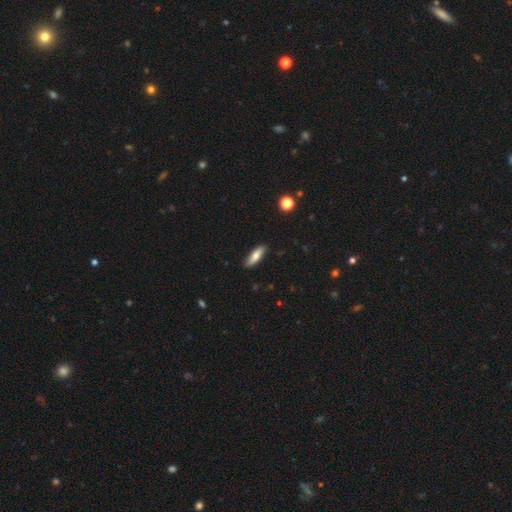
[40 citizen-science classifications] Q: Smooth or featured?
A: smooth (72%); runner-up: featured or disk (20%)
Q: How rounded?
A: cigar-shaped (52%); runner-up: in between (45%)
Q: Merging?
A: none (89%); runner-up: minor disturbance (5%)